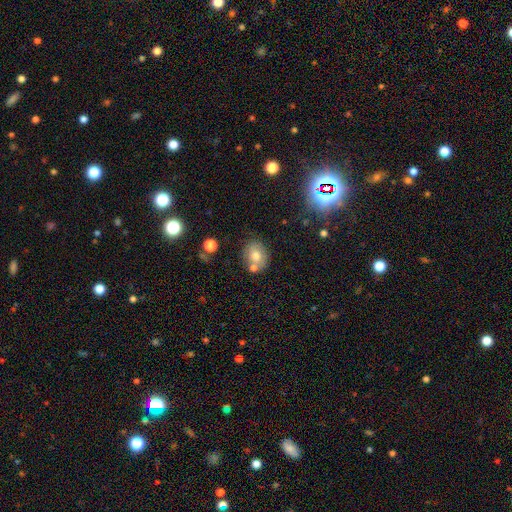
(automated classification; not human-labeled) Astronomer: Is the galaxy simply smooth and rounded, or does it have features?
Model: smooth — 73%.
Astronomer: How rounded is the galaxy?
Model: in between — 53% (runner-up: round, 46%).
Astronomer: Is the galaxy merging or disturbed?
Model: none — 65%.